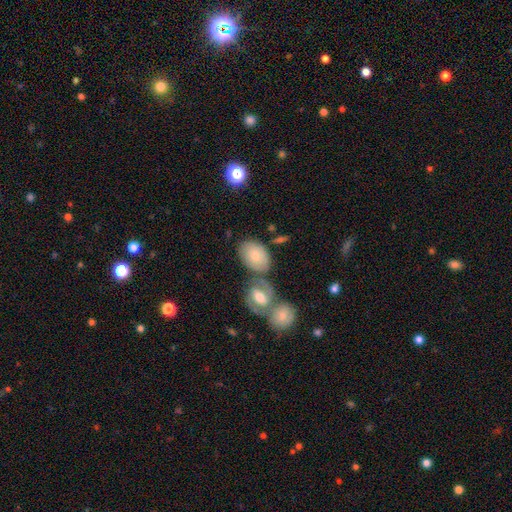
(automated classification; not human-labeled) smooth 68%, featured or disk 25%, star or artifact 6%. Down the decision tree: how rounded — in between (82%); merging — none (48%).